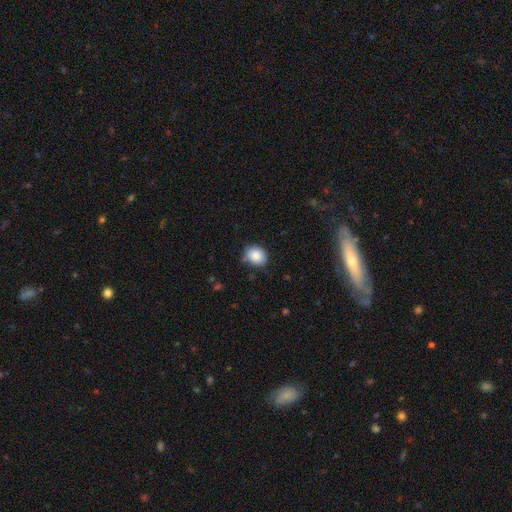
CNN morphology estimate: smooth-or-featured: smooth: 86% | star or artifact: 9% | featured or disk: 6%
  how-rounded: round: 64% | in between: 35% | cigar-shaped: 1%
  merging: none: 80% | minor disturbance: 15% | major disturbance: 3% | merger: 2%